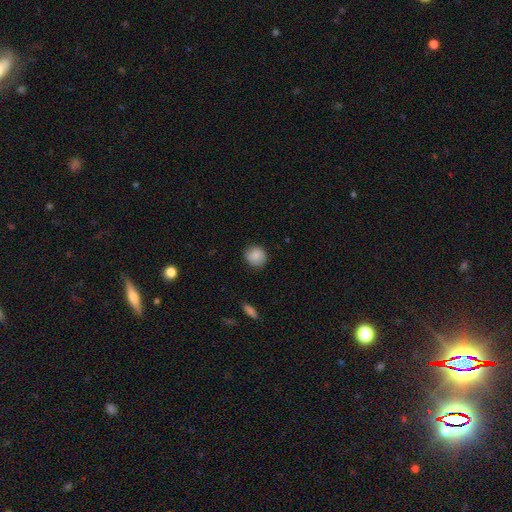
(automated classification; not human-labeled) Smooth or featured? smooth (87%)
How rounded? round (87%)
Merging? none (87%)